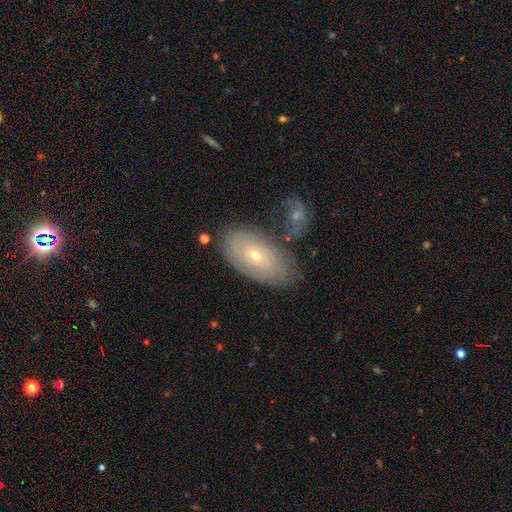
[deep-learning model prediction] featured or disk 47%, smooth 45%, star or artifact 8%. Down the decision tree: merging — none (65%).